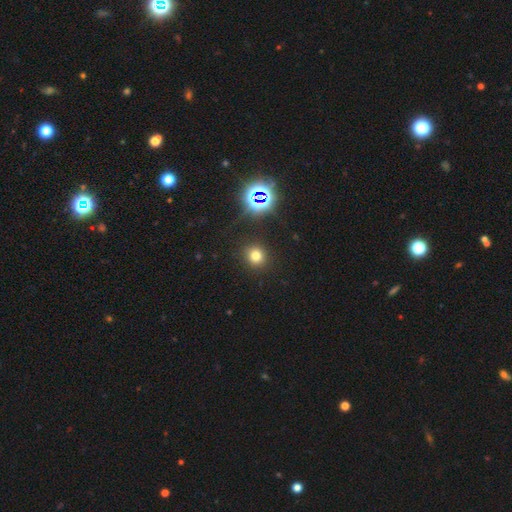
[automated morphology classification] This is likely a smooth galaxy (72%). How rounded: clearly round (85%). Merging: clearly none (89%).